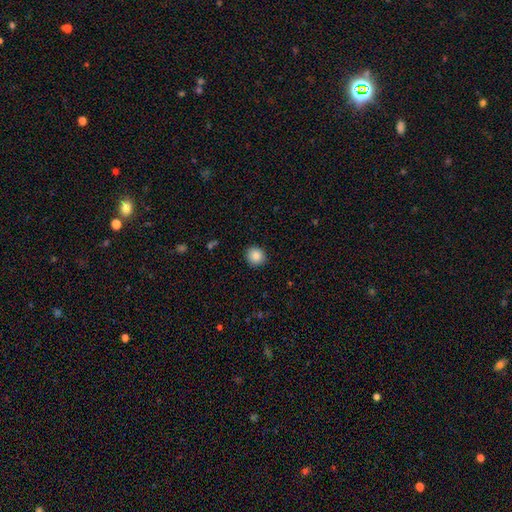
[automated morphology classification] A smooth galaxy with no disk features (88%) that is round (89%).

Vote fractions:
- Smooth or featured? smooth: 88% / star or artifact: 9% / featured or disk: 3%
- How rounded? round: 89% / in between: 10% / cigar-shaped: 1%
- Merging? none: 91% / minor disturbance: 6% / major disturbance: 2% / merger: 1%